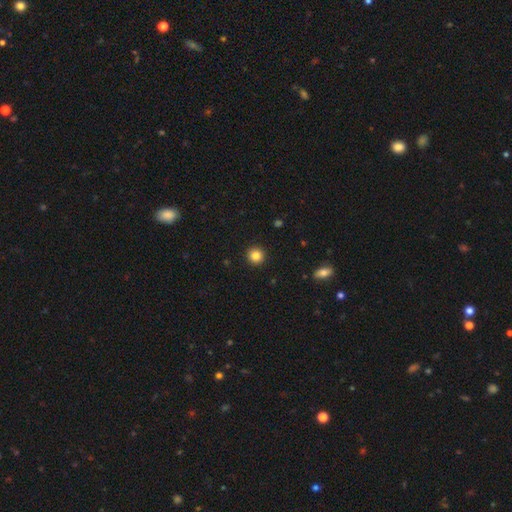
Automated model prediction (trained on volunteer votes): Smooth or featured: smooth — 85% (star or artifact — 10%)
How rounded: round — 95% (in between — 5%)
Merging: none — 93% (minor disturbance — 4%)